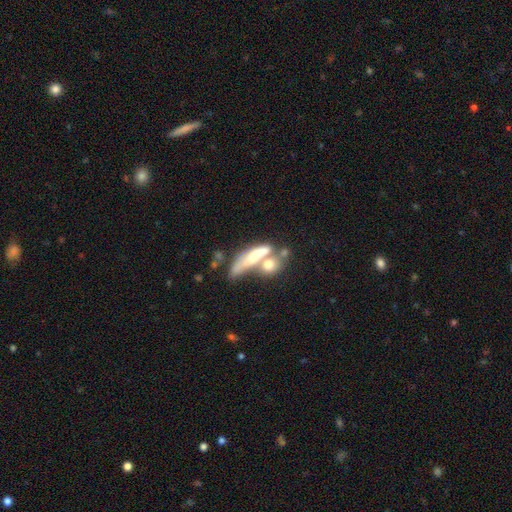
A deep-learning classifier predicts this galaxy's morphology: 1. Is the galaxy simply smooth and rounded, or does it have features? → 56% smooth, 35% featured or disk, 9% star or artifact.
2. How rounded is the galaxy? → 47% cigar-shaped, 44% in between, 8% round.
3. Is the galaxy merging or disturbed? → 53% merger, 20% none, 15% major disturbance, 12% minor disturbance.